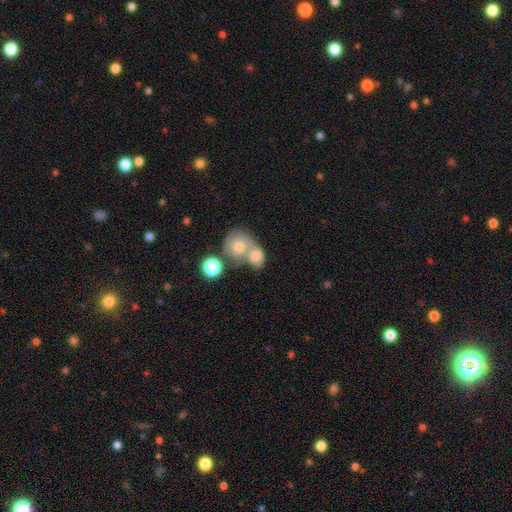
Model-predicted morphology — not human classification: Smooth or featured: smooth — 64% (featured or disk — 27%)
How rounded: round — 51% (in between — 47%)
Merging: merger — 65% (none — 21%)